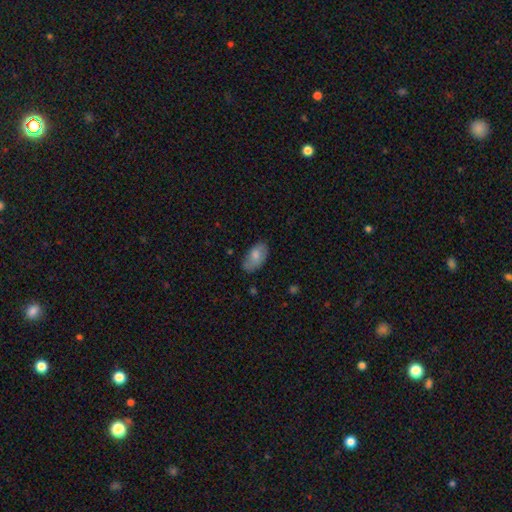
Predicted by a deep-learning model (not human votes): smooth 77%, featured or disk 16%, star or artifact 7%. Down the decision tree: how rounded — in between (94%); merging — none (71%).